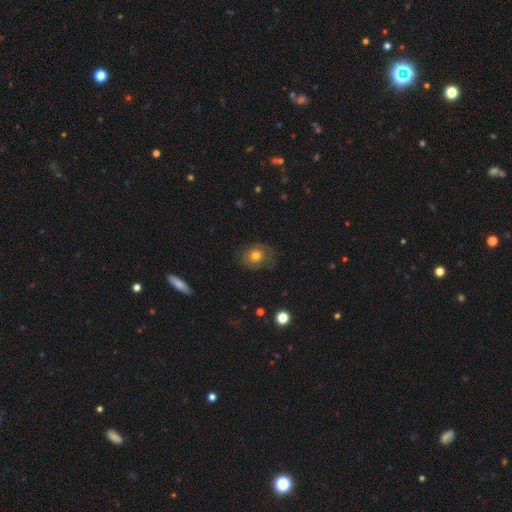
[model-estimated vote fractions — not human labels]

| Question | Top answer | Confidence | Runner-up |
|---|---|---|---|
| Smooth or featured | smooth | 68% | featured or disk (21%) |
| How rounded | round | 65% | in between (34%) |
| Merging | none | 73% | minor disturbance (18%) |